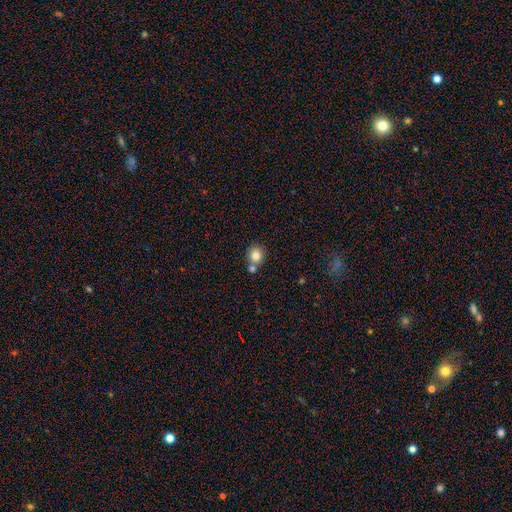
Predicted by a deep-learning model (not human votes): smooth 82%, star or artifact 10%, featured or disk 8%. Down the decision tree: how rounded — round (84%); merging — none (59%).